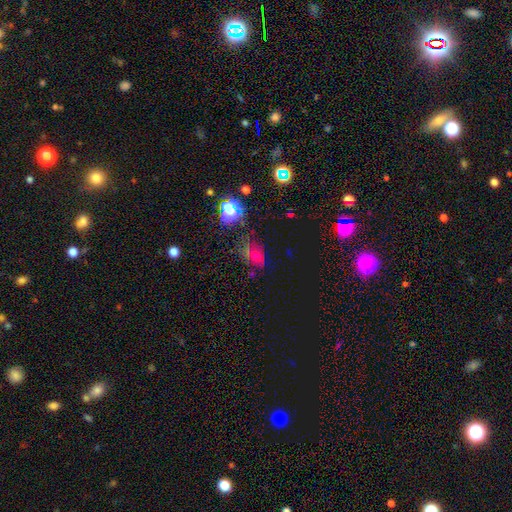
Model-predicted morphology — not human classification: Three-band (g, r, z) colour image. It shows a star or artifact, not a galaxy (42%).